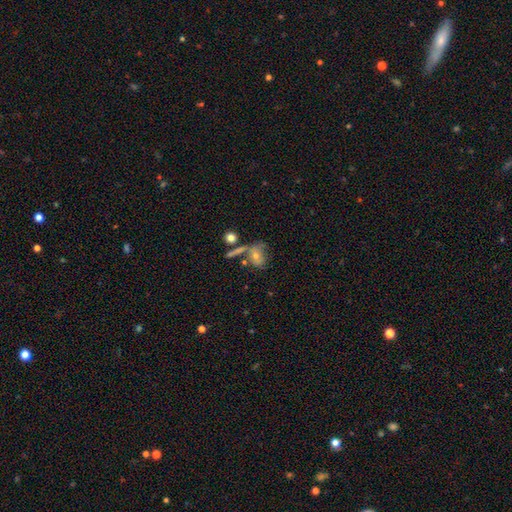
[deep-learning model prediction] Morphology: type=smooth (49%); merging=none (42%).